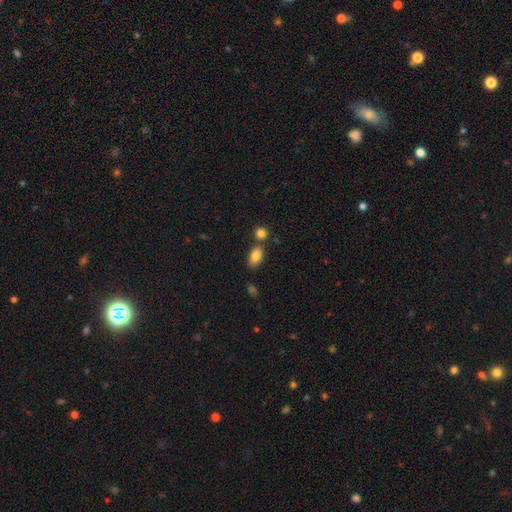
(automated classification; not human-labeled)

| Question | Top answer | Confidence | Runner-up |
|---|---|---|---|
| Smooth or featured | smooth | 84% | star or artifact (8%) |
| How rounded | in between | 89% | round (8%) |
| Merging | none | 65% | merger (19%) |